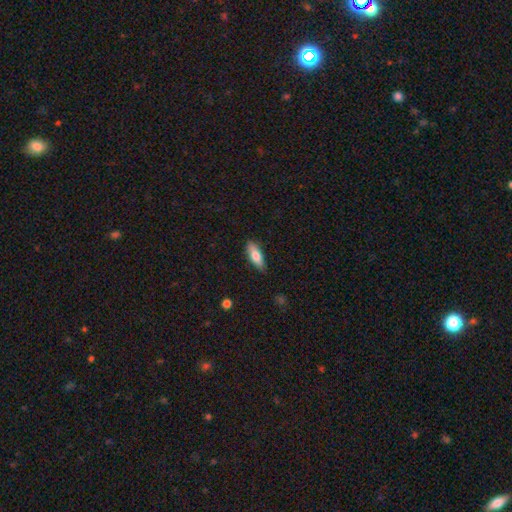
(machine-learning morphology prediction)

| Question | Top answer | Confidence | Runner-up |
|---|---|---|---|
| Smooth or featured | smooth | 75% | featured or disk (19%) |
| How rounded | in between | 64% | cigar-shaped (34%) |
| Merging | none | 83% | minor disturbance (14%) |